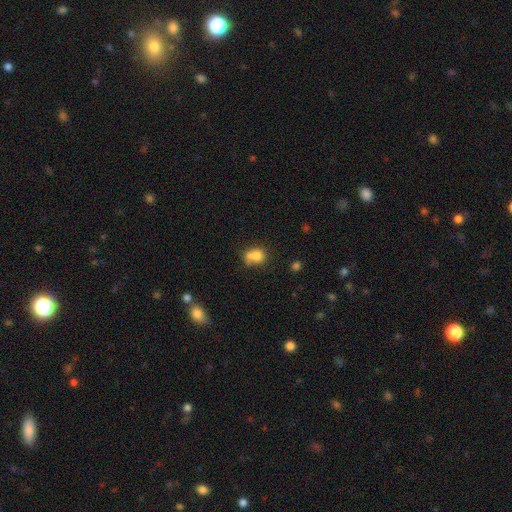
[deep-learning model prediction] smooth-or-featured: smooth: 75% | featured or disk: 14% | star or artifact: 11%
  how-rounded: round: 62% | in between: 37% | cigar-shaped: 1%
  merging: merger: 48% | none: 32% | minor disturbance: 13% | major disturbance: 8%